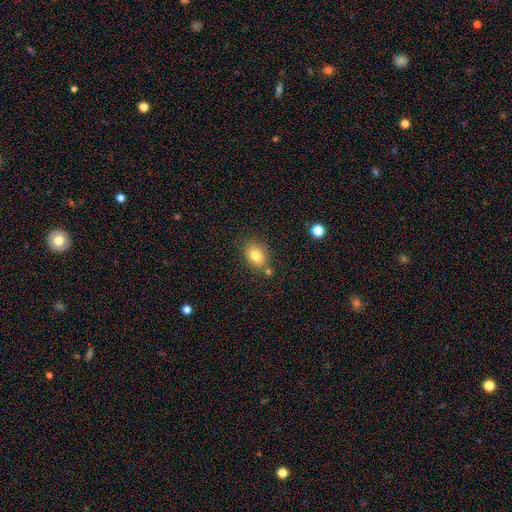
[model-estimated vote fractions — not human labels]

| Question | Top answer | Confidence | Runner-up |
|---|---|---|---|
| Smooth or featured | smooth | 80% | featured or disk (10%) |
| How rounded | in between | 74% | round (25%) |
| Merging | none | 72% | minor disturbance (15%) |